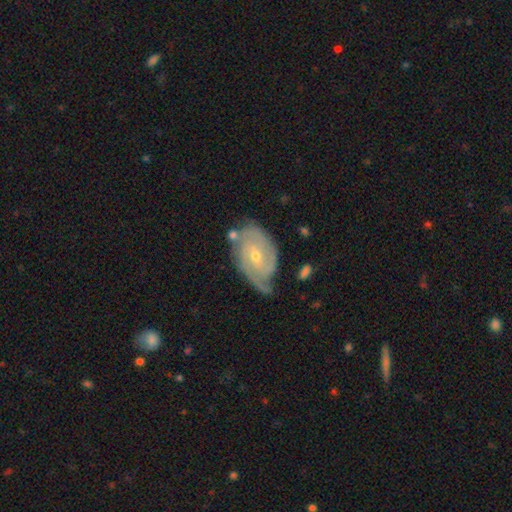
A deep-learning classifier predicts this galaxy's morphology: type=featured or disk (84%); edge-on=no (96%); bar=no (52%); spiral arms=yes (95%); winding=tight (59%); arm count=2 (45%); bulge=small (69%); merging=none (60%).